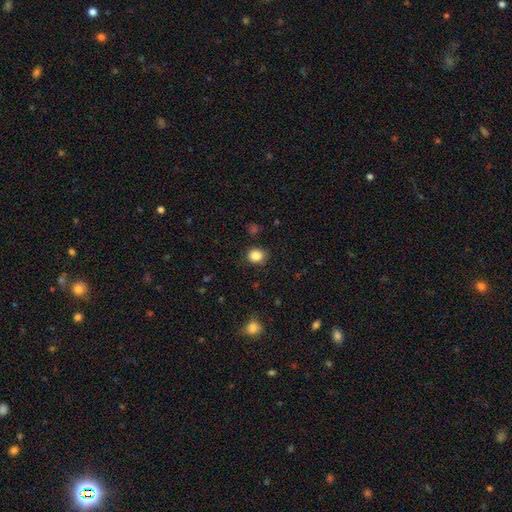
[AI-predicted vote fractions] Smooth or featured: smooth — 85% (star or artifact — 11%)
How rounded: round — 71% (in between — 28%)
Merging: none — 84% (minor disturbance — 12%)